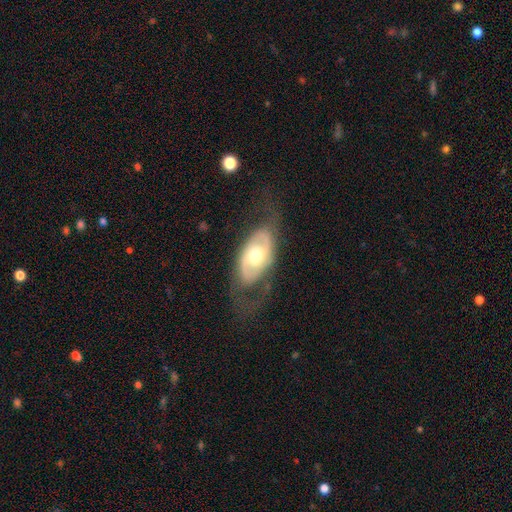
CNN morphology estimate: Smooth or featured? Predicted: featured or disk (p=0.65). Edge-on disk? Predicted: no (p=0.89). Bar? Predicted: no (p=0.66). Spiral arms? Predicted: yes (p=0.50, tied with no). Bulge size? Predicted: moderate (p=0.68). Merging? Predicted: none (p=0.66).